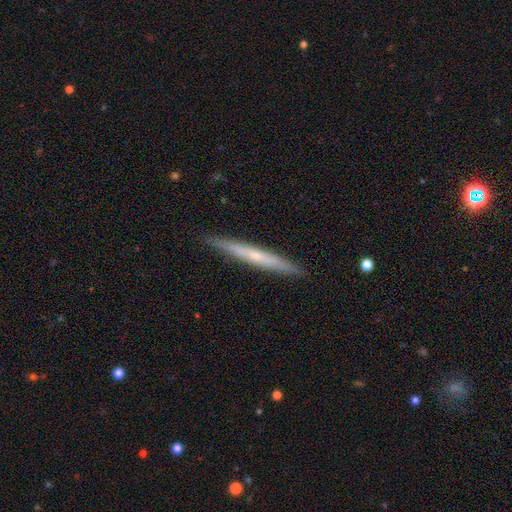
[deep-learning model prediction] A featured or disk galaxy (54%) viewed edge-on (95%) with no central bulge (57%).

Vote fractions:
- Smooth or featured? featured or disk: 54% / smooth: 41% / star or artifact: 6%
- Edge-on disk? yes: 95% / no: 5%
- Edge-on bulge? none: 57% / rounded: 39% / boxy: 4%
- Merging? none: 91% / minor disturbance: 7% / major disturbance: 1% / merger: 1%